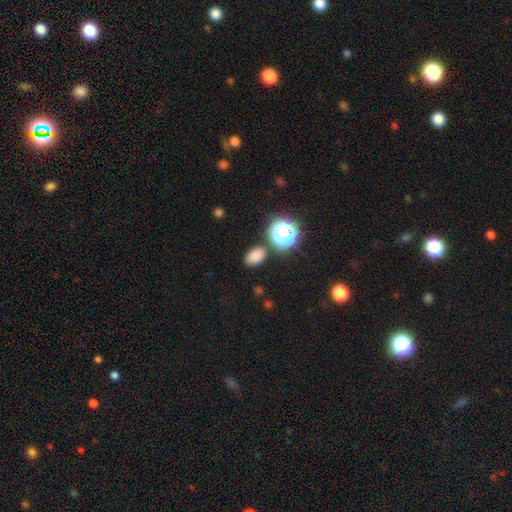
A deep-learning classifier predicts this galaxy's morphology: smooth 78%, star or artifact 17%, featured or disk 5%. Down the decision tree: how rounded — in between (77%); merging — none (80%).